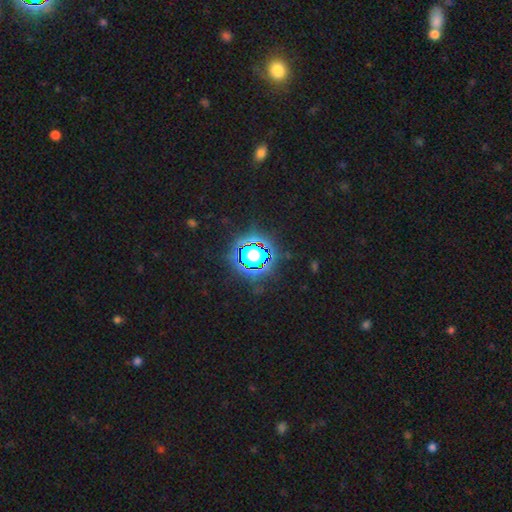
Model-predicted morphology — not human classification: A star or artifact, not a galaxy (81%).